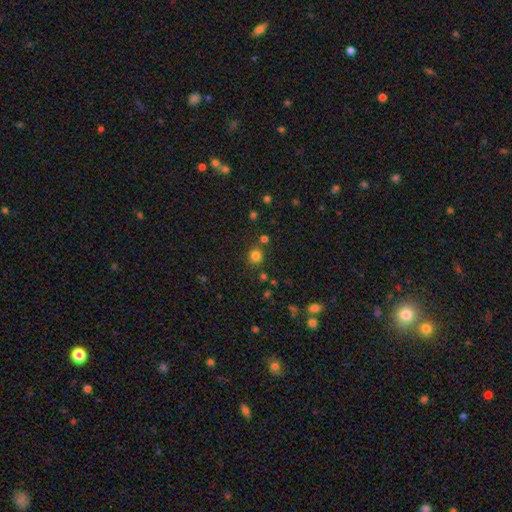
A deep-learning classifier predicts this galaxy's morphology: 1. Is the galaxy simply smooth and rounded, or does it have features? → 79% smooth, 16% star or artifact, 5% featured or disk.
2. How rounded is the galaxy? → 87% round, 12% in between, 1% cigar-shaped.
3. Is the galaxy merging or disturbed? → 81% none, 9% minor disturbance, 7% merger, 3% major disturbance.